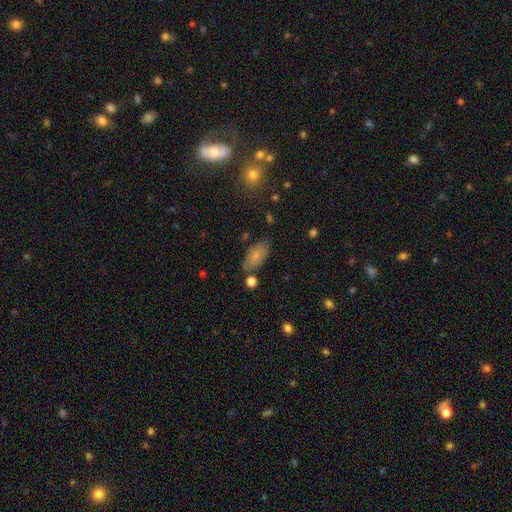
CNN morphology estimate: Q: Smooth or featured?
A: smooth (79%); runner-up: featured or disk (13%)
Q: How rounded?
A: in between (92%); runner-up: round (4%)
Q: Merging?
A: none (73%); runner-up: minor disturbance (17%)